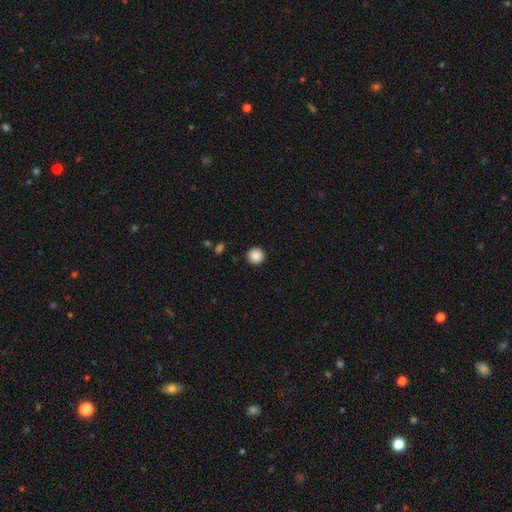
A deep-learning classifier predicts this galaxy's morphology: Smooth or featured: smooth — 89% (star or artifact — 9%)
How rounded: round — 96% (in between — 3%)
Merging: none — 93% (minor disturbance — 4%)